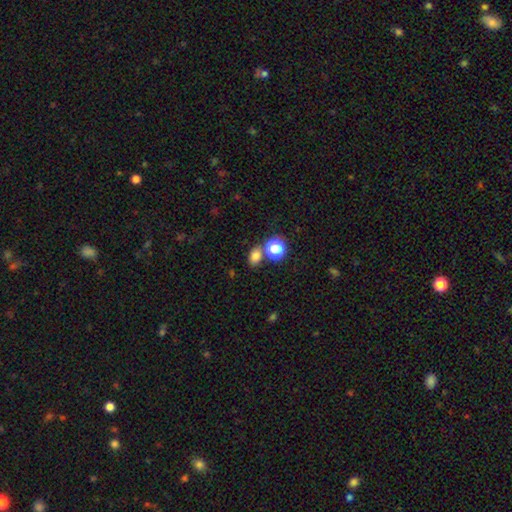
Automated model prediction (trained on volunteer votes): Q: Smooth or featured?
A: smooth (76%); runner-up: star or artifact (18%)
Q: How rounded?
A: in between (59%); runner-up: round (40%)
Q: Merging?
A: none (69%); runner-up: merger (17%)